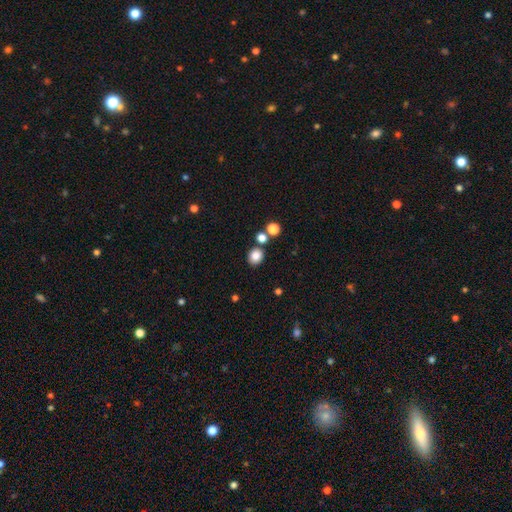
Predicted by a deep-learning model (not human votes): smooth 83%, star or artifact 12%, featured or disk 5%. Down the decision tree: how rounded — round (68%); merging — none (79%).